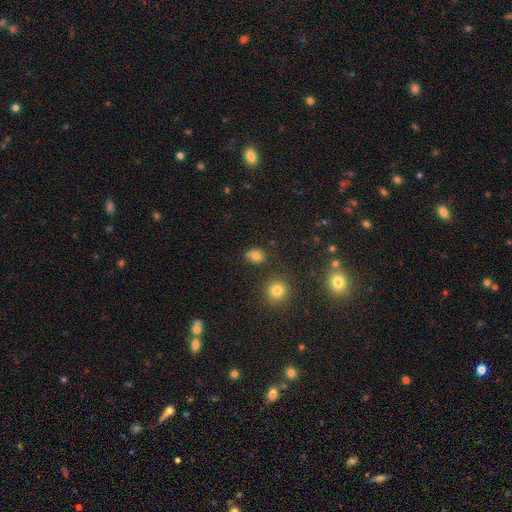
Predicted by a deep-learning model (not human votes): Smooth or featured? Predicted: smooth (p=0.76). How rounded? Predicted: round (p=0.50). Merging? Predicted: none (p=0.70).